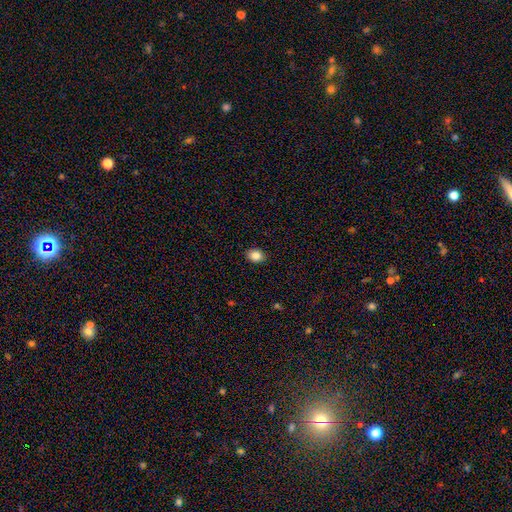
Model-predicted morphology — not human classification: Smooth or featured? smooth (85%)
How rounded? in between (65%)
Merging? none (90%)